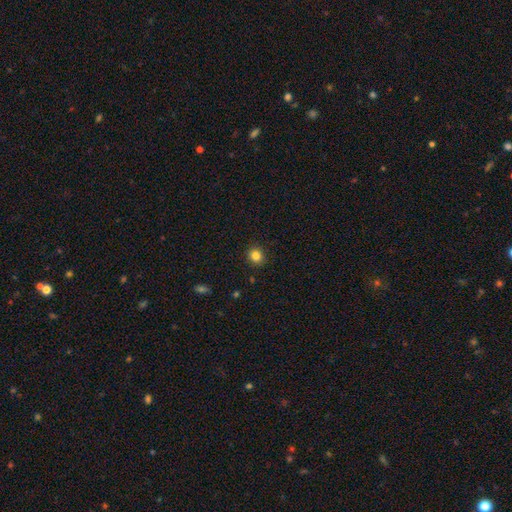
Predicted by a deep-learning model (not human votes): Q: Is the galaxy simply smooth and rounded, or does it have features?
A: smooth — 83%.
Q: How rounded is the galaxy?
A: round — 83%.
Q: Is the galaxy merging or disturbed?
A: none — 90%.